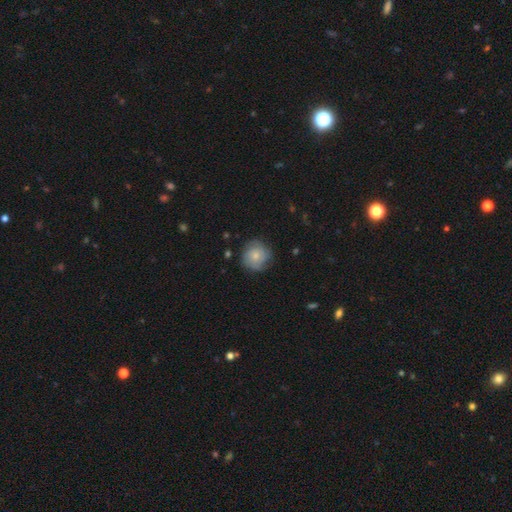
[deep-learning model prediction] Morphology: type=smooth (65%); roundness=round (91%); merging=none (76%).